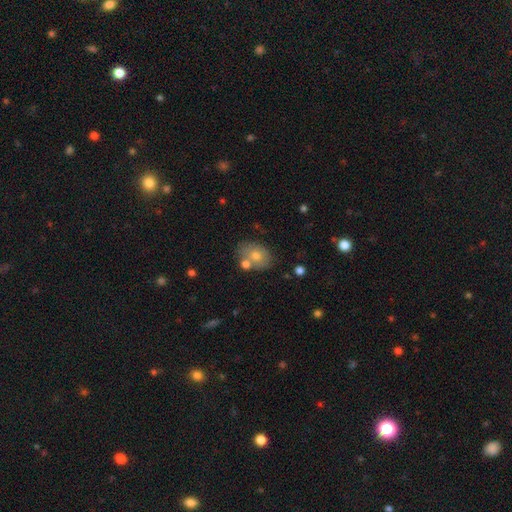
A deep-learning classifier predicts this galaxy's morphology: This is likely a smooth galaxy (65%). How rounded: likely in between (64%). Merging: likely none (63%).